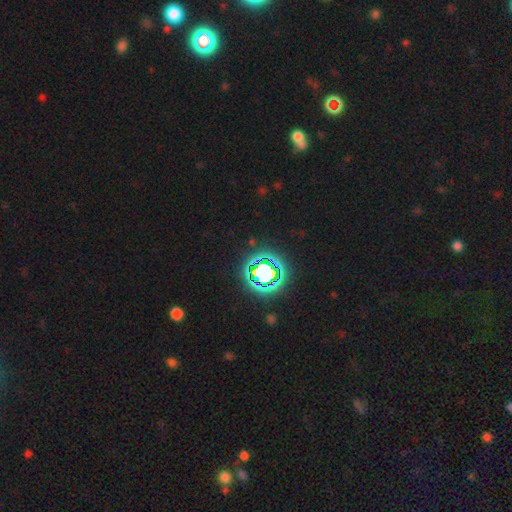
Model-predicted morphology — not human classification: This is clearly a star or artifact rather than a galaxy (81%).